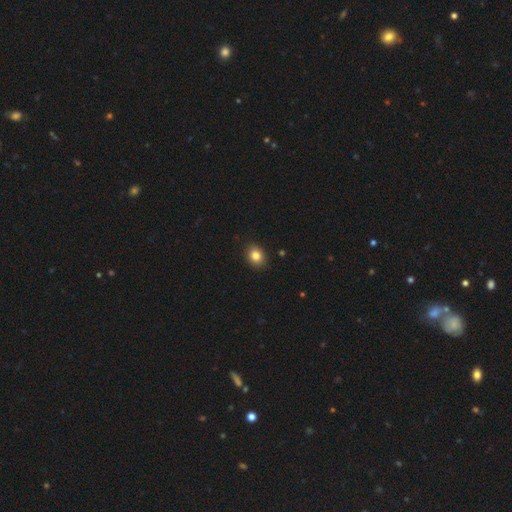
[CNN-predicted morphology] Q: Smooth or featured?
A: smooth (83%); runner-up: star or artifact (10%)
Q: How rounded?
A: in between (56%); runner-up: round (43%)
Q: Merging?
A: none (89%); runner-up: minor disturbance (8%)